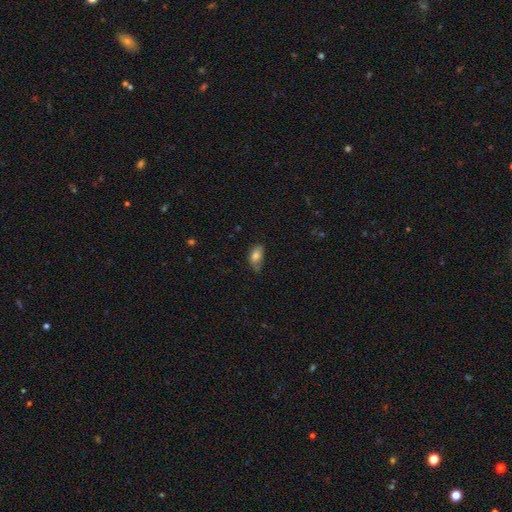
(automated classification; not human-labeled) The model was most divided on "merging": none: 57%, minor disturbance: 33%, major disturbance: 7%, merger: 3%. More confident: how rounded — in between (90%); smooth or featured — smooth (80%).